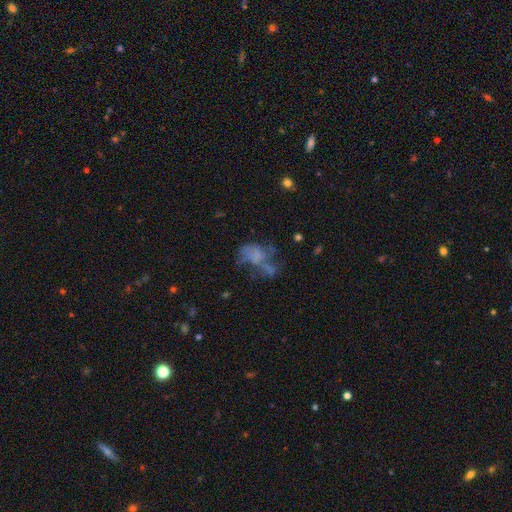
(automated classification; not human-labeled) Smooth or featured? featured or disk (46%)
Merging? major disturbance (40%)